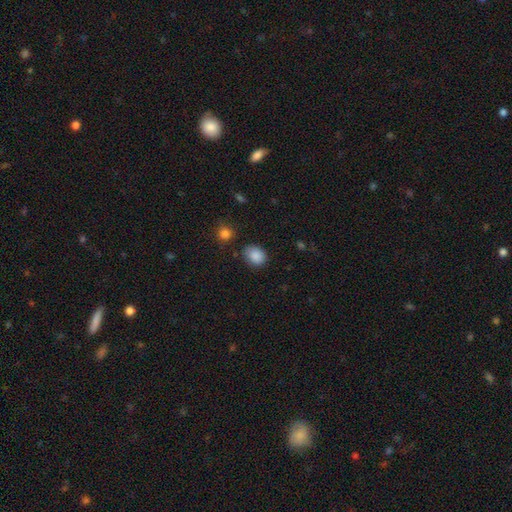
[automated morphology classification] Smooth or featured? Predicted: smooth (p=0.88). How rounded? Predicted: round (p=0.55). Merging? Predicted: none (p=0.76).